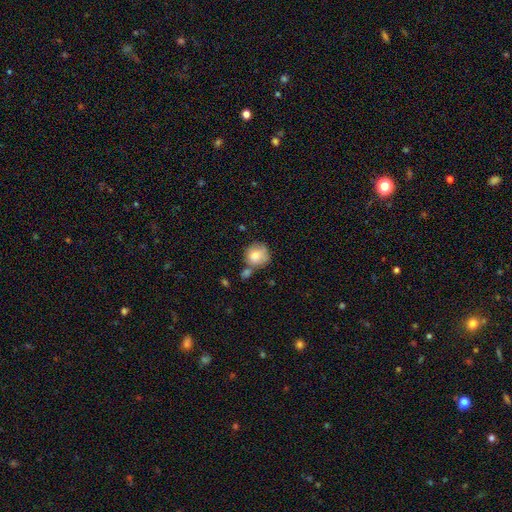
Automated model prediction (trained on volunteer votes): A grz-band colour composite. It shows a smooth galaxy with no disk features (79%) that is round (82%). Merging: none (48%).